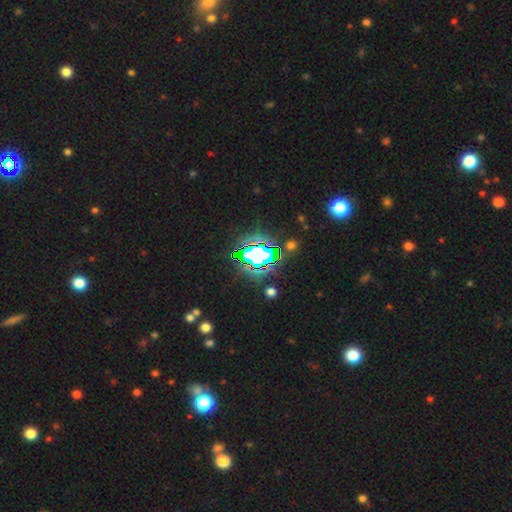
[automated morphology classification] Q: Smooth or featured?
A: star or artifact (69%); runner-up: smooth (18%)